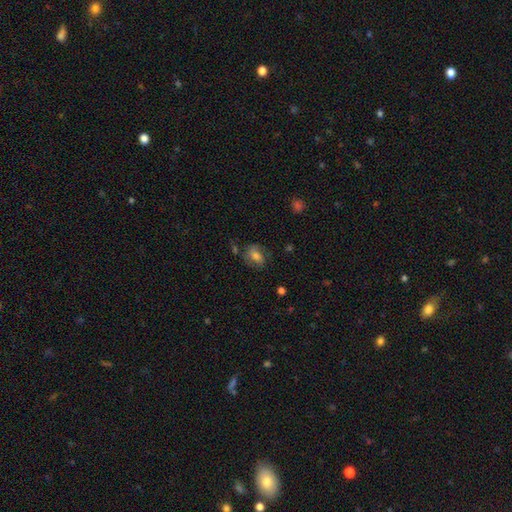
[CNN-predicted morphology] Q: Smooth or featured?
A: smooth (63%); runner-up: featured or disk (28%)
Q: How rounded?
A: in between (70%); runner-up: round (28%)
Q: Merging?
A: none (59%); runner-up: minor disturbance (24%)